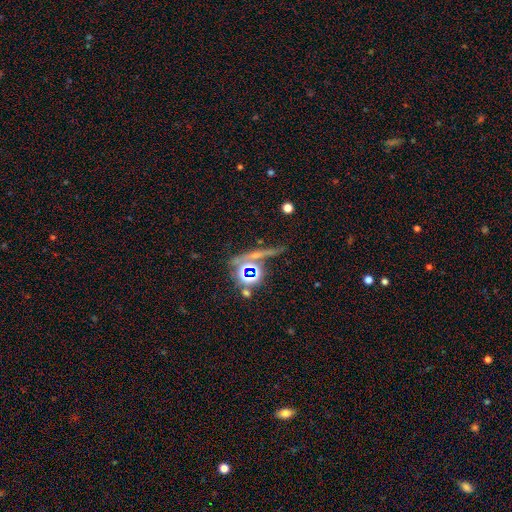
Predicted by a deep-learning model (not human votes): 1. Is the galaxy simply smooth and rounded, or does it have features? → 69% star or artifact, 16% smooth, 15% featured or disk.